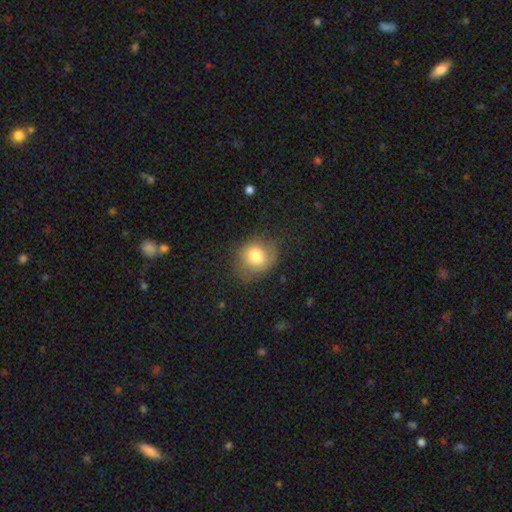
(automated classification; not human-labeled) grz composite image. It shows a smooth galaxy with no disk features (77%) that is round (74%). Merging: none (68%).